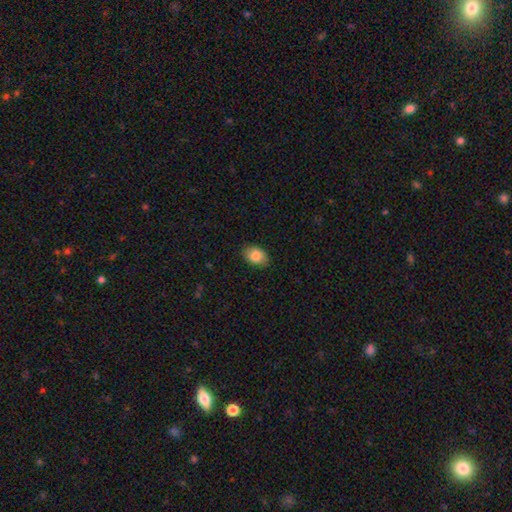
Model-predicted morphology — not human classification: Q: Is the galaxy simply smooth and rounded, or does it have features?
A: smooth — 85%.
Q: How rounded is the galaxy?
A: in between — 81%.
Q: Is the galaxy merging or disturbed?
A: none — 85%.